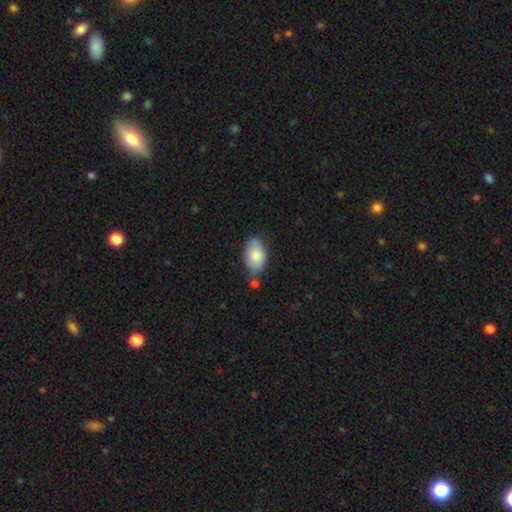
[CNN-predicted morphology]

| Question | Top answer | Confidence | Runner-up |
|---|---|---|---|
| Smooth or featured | smooth | 80% | featured or disk (14%) |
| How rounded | in between | 91% | round (8%) |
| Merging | none | 56% | minor disturbance (27%) |